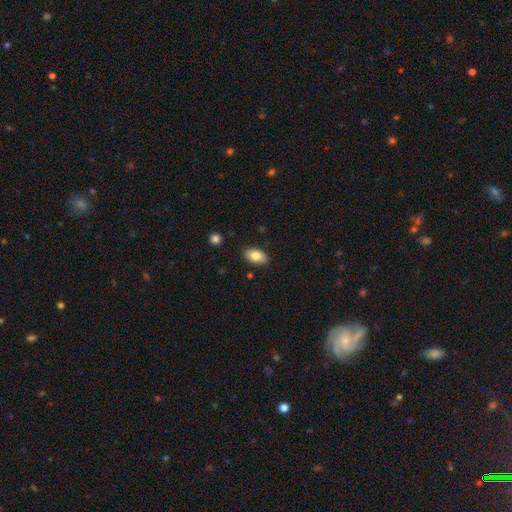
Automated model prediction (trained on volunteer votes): smooth_or_featured: smooth (p=0.82) [alt: featured or disk p=0.11]
how_rounded: in between (p=0.93) [alt: round p=0.05]
merging: none (p=0.87) [alt: minor disturbance p=0.09]